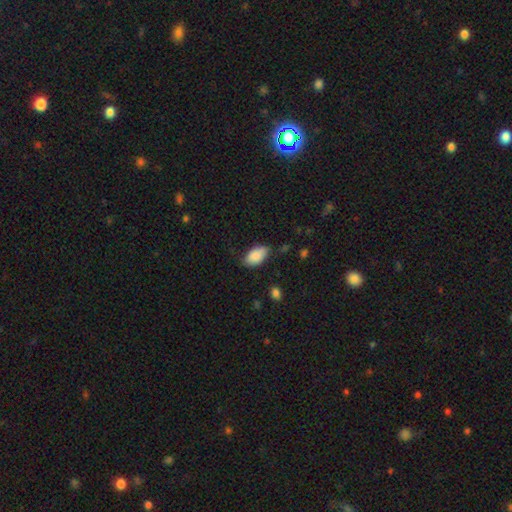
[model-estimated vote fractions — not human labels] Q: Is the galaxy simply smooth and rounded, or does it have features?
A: smooth — 87%.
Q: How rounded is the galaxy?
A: in between — 93%.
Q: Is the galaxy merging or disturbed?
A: none — 65%.